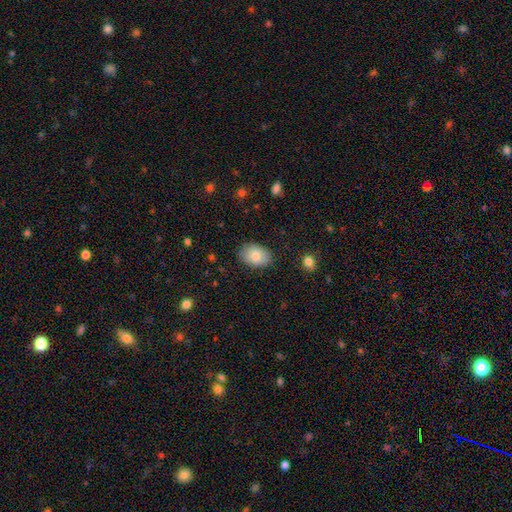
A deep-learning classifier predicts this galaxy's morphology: smooth_or_featured: smooth (p=0.81) [alt: featured or disk p=0.12]
how_rounded: in between (p=0.84) [alt: round p=0.15]
merging: none (p=0.83) [alt: minor disturbance p=0.13]